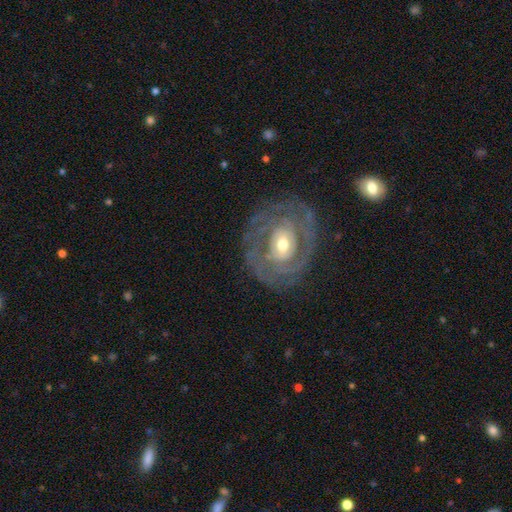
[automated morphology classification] A featured or disk galaxy (77%) with a weak bar (40%), 2 (45%) tight (67%) spiral arms (71%) and a moderate central bulge (59%).

Vote fractions:
- Smooth or featured? featured or disk: 77% / smooth: 15% / star or artifact: 8%
- Edge-on disk? no: 95% / yes: 5%
- Bar? weak: 40% / no: 33% / strong: 28%
- Spiral arms? yes: 71% / no: 29%
- Spiral winding? tight: 67% / medium: 25% / loose: 9%
- Spiral arm count? 2: 45% / can't tell: 33% / 3: 8% / 1: 6% / 4: 4% / more than 4: 3%
- Bulge size? moderate: 59% / small: 34% / large: 5% / dominant: 1% / none: 1%
- Merging? none: 78% / minor disturbance: 13% / major disturbance: 7% / merger: 2%